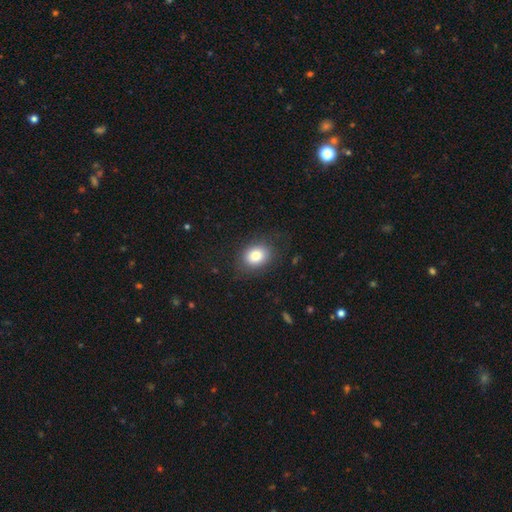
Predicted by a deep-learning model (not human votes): This appears to be a smooth galaxy with no disk features (81%) that is in between round and cigar-shaped (56%). Merging: none (81%).